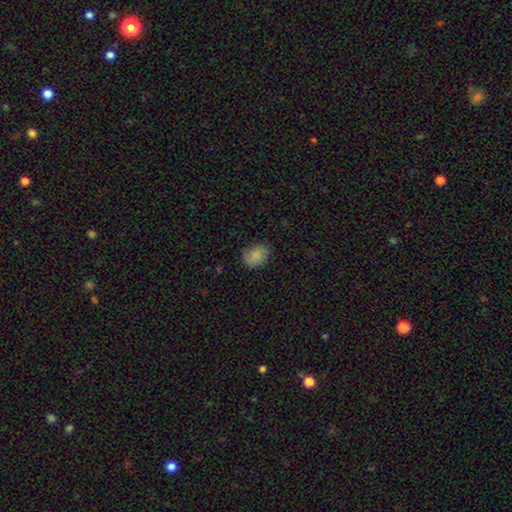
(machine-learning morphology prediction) smooth-or-featured: smooth: 83% | featured or disk: 9% | star or artifact: 8%
  how-rounded: in between: 54% | round: 45% | cigar-shaped: 1%
  merging: none: 76% | minor disturbance: 18% | major disturbance: 4% | merger: 1%